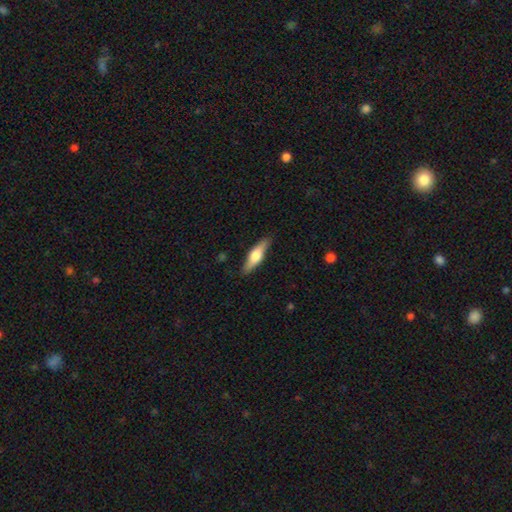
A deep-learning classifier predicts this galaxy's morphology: smooth_or_featured: smooth (p=0.49) [alt: featured or disk p=0.45]
merging: none (p=0.87) [alt: minor disturbance p=0.10]